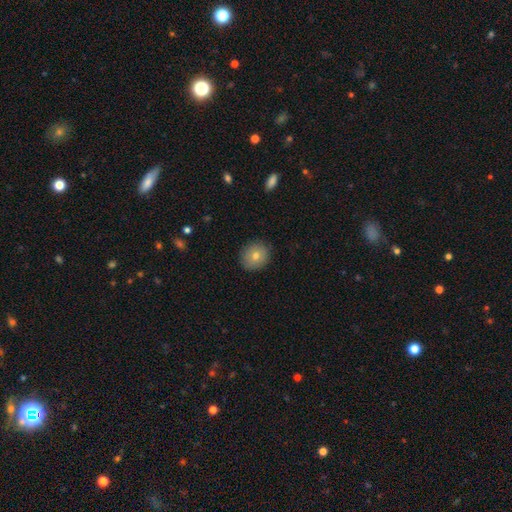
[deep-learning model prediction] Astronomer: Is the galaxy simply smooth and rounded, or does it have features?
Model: smooth — 75%.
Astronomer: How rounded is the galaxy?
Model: round — 82%.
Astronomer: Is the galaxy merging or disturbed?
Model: none — 89%.